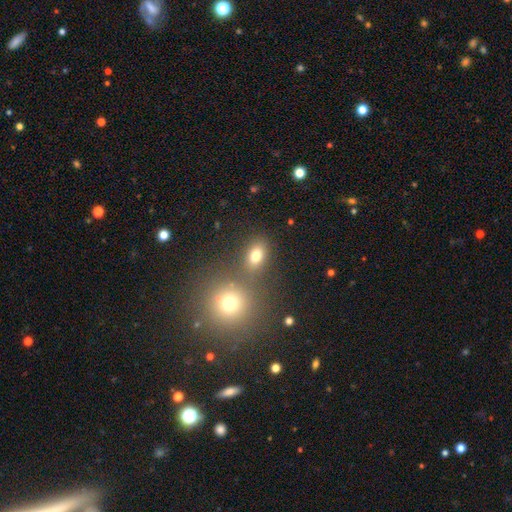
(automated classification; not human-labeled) Smooth or featured: smooth — 77% (star or artifact — 14%)
How rounded: in between — 69% (round — 29%)
Merging: none — 69% (merger — 17%)